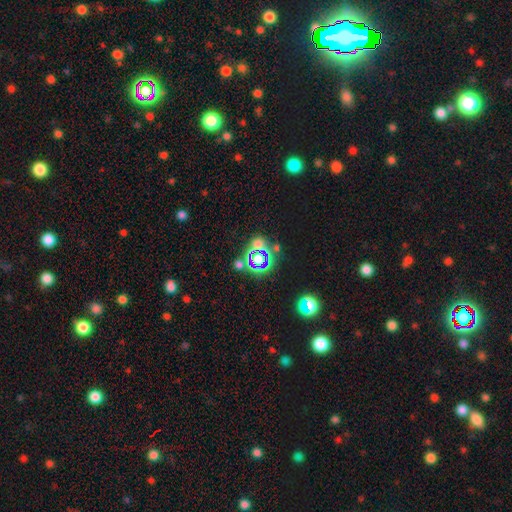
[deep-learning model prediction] The model was most divided on "smooth or featured": star or artifact: 63%, smooth: 26%, featured or disk: 11%.